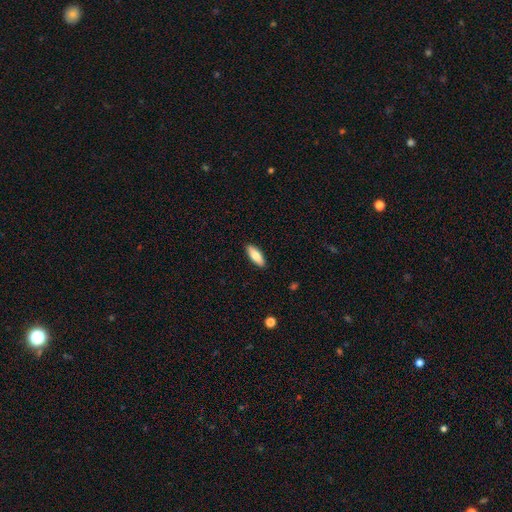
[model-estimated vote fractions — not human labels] A smooth galaxy with no disk features (80%) that is in between round and cigar-shaped (67%). Merging: none (90%).